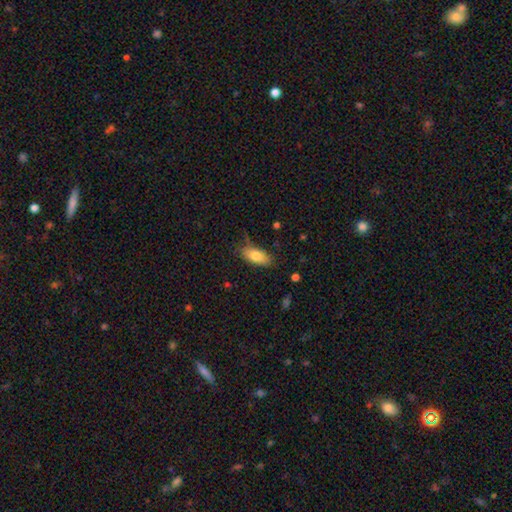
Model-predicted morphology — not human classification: Smooth or featured: smooth — 80% (featured or disk — 13%)
How rounded: in between — 86% (cigar-shaped — 11%)
Merging: none — 75% (minor disturbance — 19%)